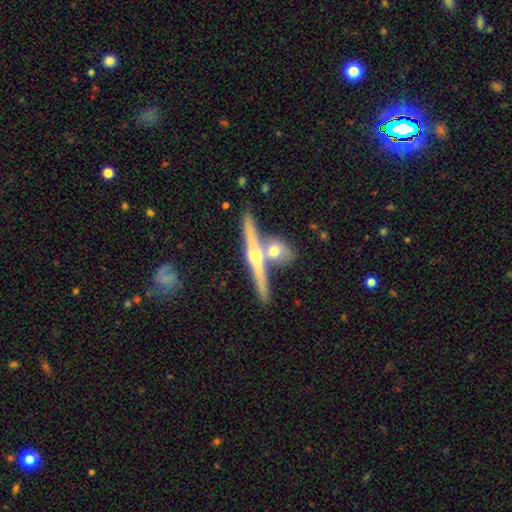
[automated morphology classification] Smooth or featured: featured or disk — 73% (smooth — 21%)
Edge-on disk: yes — 96% (no — 4%)
Edge-on bulge: rounded — 91% (none — 6%)
Merging: none — 67% (merger — 22%)